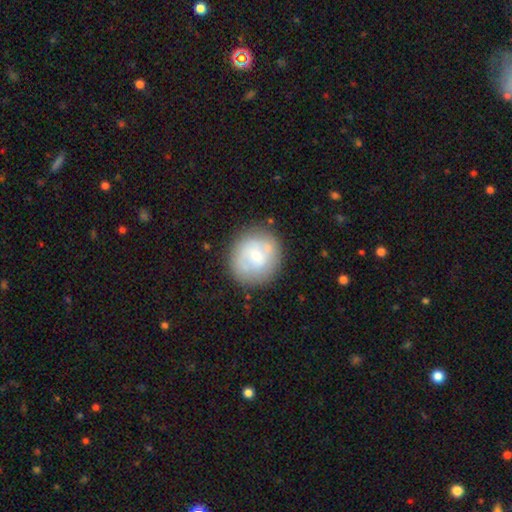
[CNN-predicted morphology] A smooth galaxy with no disk features (51%) that is round (87%).

Vote fractions:
- Smooth or featured? smooth: 51% / featured or disk: 42% / star or artifact: 7%
- How rounded? round: 87% / in between: 12% / cigar-shaped: 1%
- Merging? none: 73% / minor disturbance: 15% / major disturbance: 6% / merger: 6%